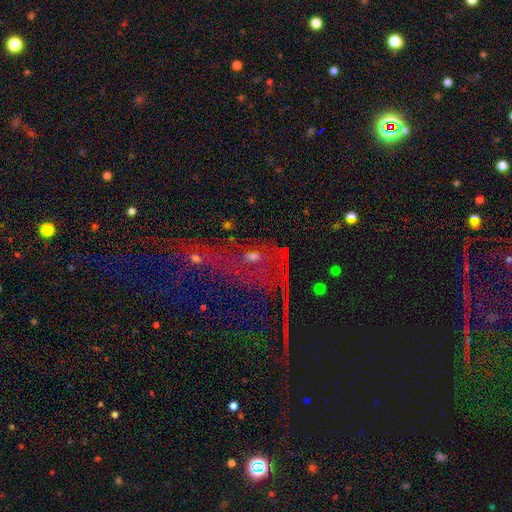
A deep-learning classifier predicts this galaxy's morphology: This is likely a star or artifact rather than a galaxy (65%).